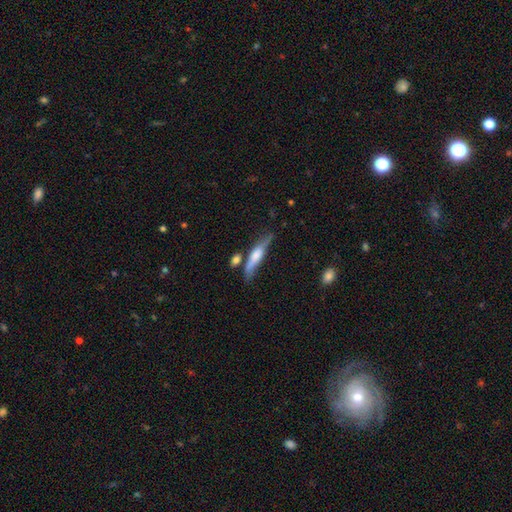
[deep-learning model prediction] Smooth or featured: featured or disk — 55% (smooth — 38%)
Edge-on disk: yes — 93% (no — 7%)
Edge-on bulge: rounded — 72% (boxy — 19%)
Merging: none — 64% (minor disturbance — 18%)